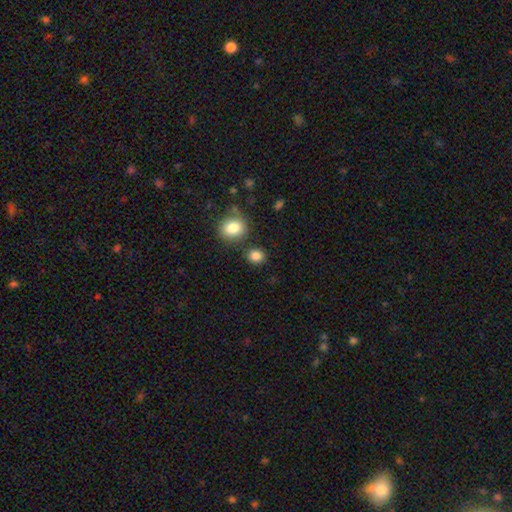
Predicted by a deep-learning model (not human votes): Smooth or featured? Predicted: smooth (p=0.85). How rounded? Predicted: round (p=0.73). Merging? Predicted: none (p=0.81).